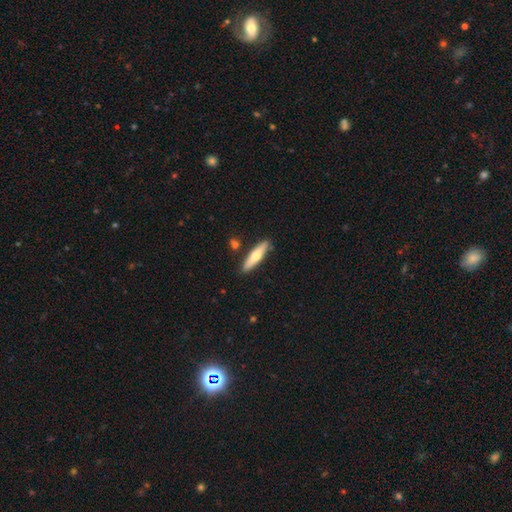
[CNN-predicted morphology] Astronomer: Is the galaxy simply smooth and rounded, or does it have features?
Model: smooth — 60%.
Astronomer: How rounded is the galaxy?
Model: cigar-shaped — 79%.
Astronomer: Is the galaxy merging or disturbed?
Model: none — 85%.